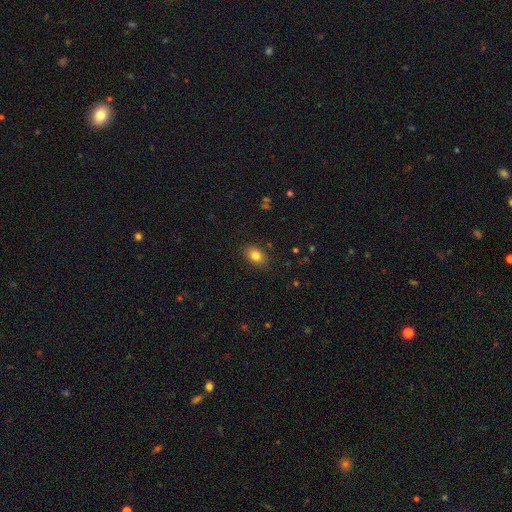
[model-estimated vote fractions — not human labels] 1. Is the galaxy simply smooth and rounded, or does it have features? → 82% smooth, 10% star or artifact, 8% featured or disk.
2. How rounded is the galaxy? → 76% in between, 23% round, 1% cigar-shaped.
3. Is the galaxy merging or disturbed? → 87% none, 10% minor disturbance, 2% major disturbance, 1% merger.